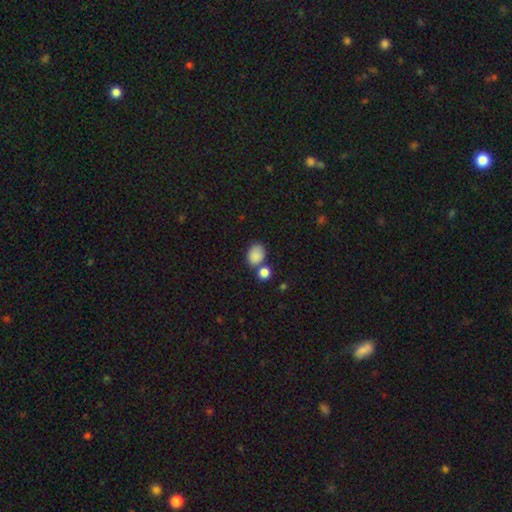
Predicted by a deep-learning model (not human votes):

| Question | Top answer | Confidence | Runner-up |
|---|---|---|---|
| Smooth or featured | smooth | 86% | star or artifact (9%) |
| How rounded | in between | 61% | round (38%) |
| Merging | none | 56% | merger (25%) |